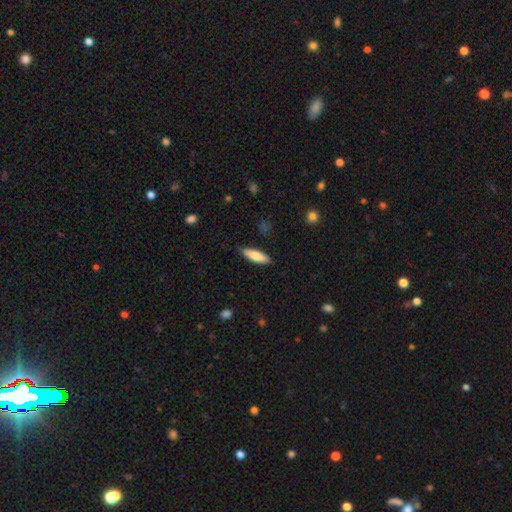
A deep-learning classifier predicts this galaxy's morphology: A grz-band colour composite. It shows a smooth galaxy with no disk features (75%) that is cigar-shaped (57%). Merging: none (86%).